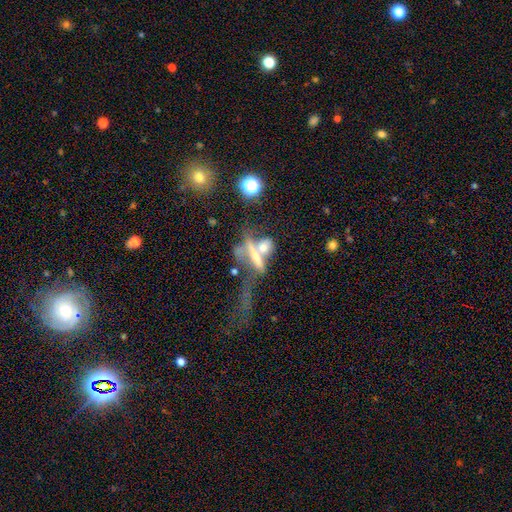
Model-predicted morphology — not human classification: Q: Smooth or featured?
A: featured or disk (49%); runner-up: smooth (37%)
Q: Merging?
A: merger (57%); runner-up: none (18%)